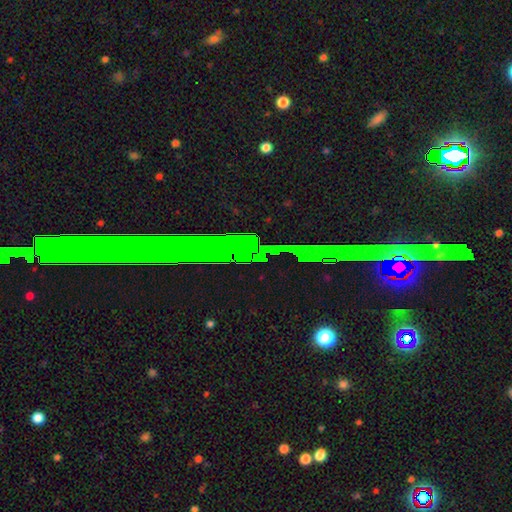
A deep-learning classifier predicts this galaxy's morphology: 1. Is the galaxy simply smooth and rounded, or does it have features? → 68% star or artifact, 22% featured or disk, 11% smooth.